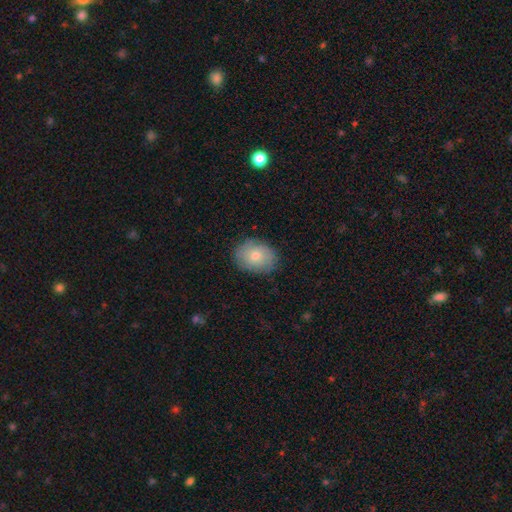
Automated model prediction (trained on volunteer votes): Smooth or featured: smooth — 73% (featured or disk — 20%)
How rounded: in between — 61% (round — 38%)
Merging: none — 82% (minor disturbance — 14%)